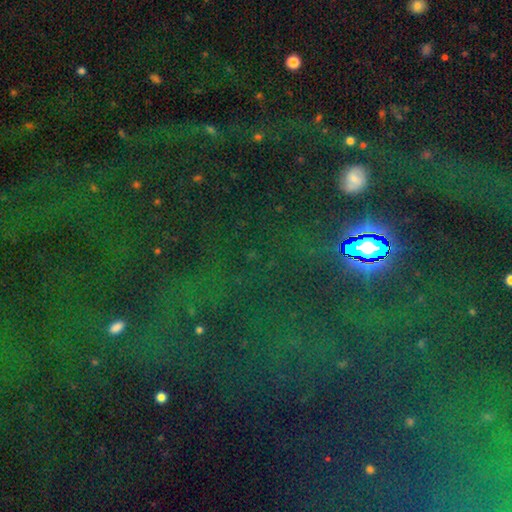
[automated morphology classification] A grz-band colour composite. It shows a star or artifact, not a galaxy (82%).